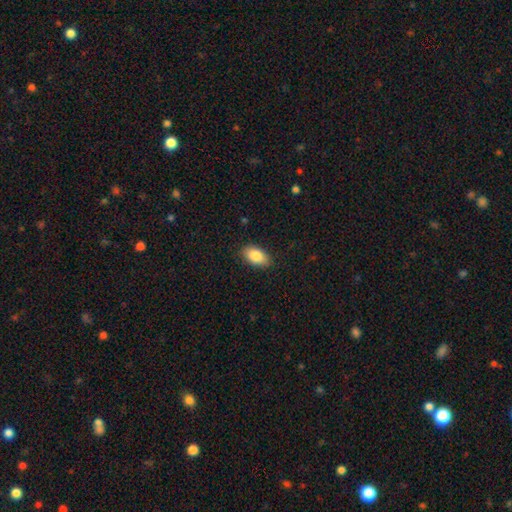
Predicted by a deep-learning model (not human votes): The model was most divided on "smooth or featured": smooth: 84%, featured or disk: 9%, star or artifact: 7%. More confident: how rounded — in between (92%); merging — none (86%).